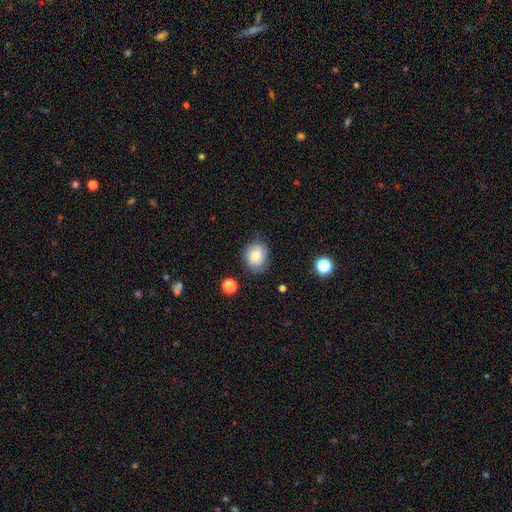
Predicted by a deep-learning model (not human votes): smooth 62%, featured or disk 28%, star or artifact 10%. Down the decision tree: how rounded — round (58%); merging — none (71%).